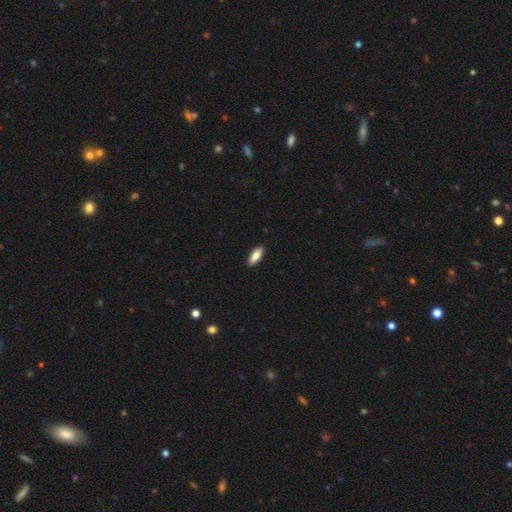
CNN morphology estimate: Smooth or featured?
  - smooth: 81% *
  - featured or disk: 13%
  - star or artifact: 6%
How rounded?
  - in between: 79% *
  - cigar-shaped: 19%
  - round: 2%
Merging?
  - none: 90% *
  - minor disturbance: 7%
  - major disturbance: 1%
  - merger: 1%